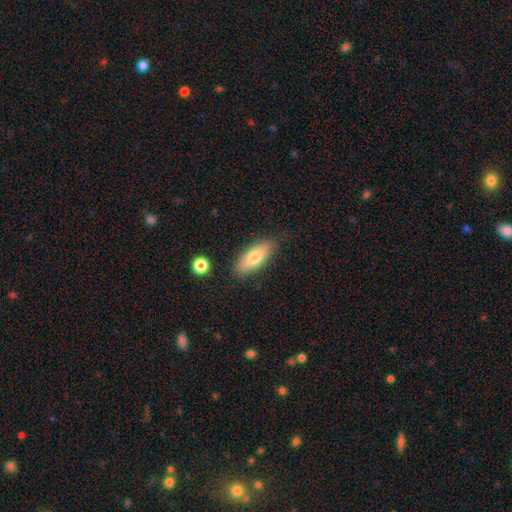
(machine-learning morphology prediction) Smooth or featured: smooth — 72% (featured or disk — 21%)
How rounded: in between — 71% (cigar-shaped — 26%)
Merging: none — 84% (minor disturbance — 12%)